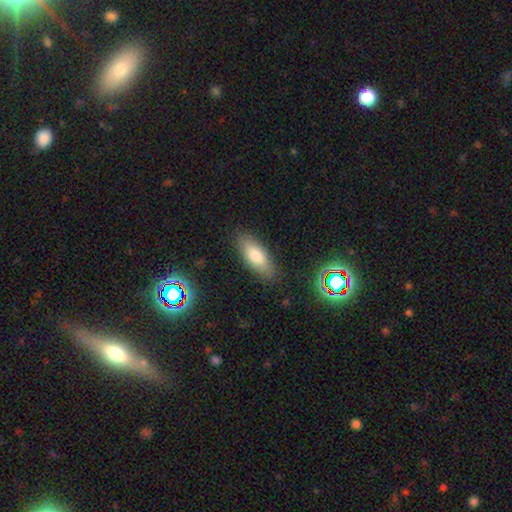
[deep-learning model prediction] smooth_or_featured: smooth (p=0.75) [alt: featured or disk p=0.16]
how_rounded: in between (p=0.74) [alt: cigar-shaped p=0.23]
merging: none (p=0.86) [alt: minor disturbance p=0.10]